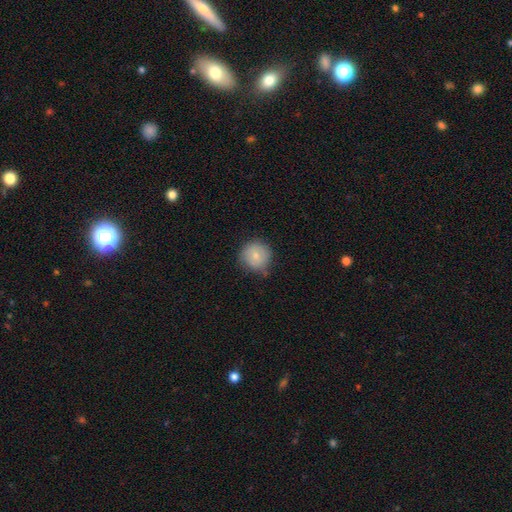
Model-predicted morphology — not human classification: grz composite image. It shows a smooth galaxy with no disk features (78%) that is round (94%). Merging: none (74%).